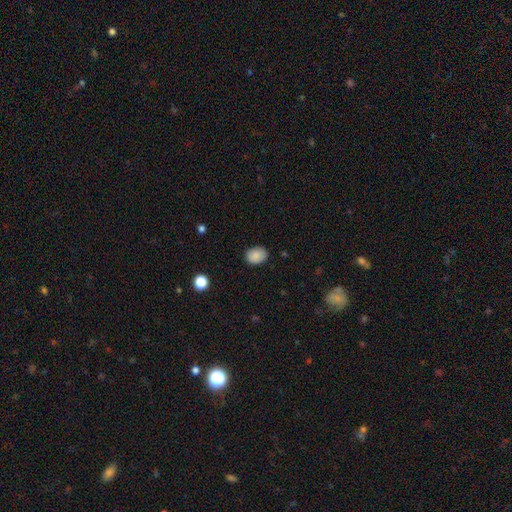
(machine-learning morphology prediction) Smooth or featured?
  - smooth: 87% *
  - star or artifact: 9%
  - featured or disk: 4%
How rounded?
  - in between: 63% *
  - round: 36%
  - cigar-shaped: 1%
Merging?
  - none: 82% *
  - minor disturbance: 14%
  - major disturbance: 3%
  - merger: 1%